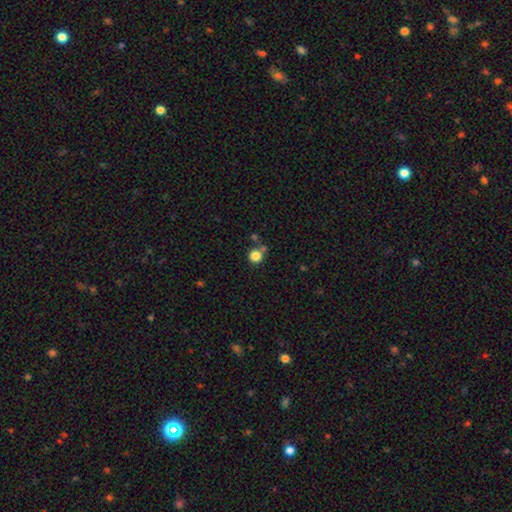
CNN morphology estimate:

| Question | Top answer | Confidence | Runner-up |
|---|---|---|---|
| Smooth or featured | smooth | 83% | star or artifact (12%) |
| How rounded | round | 92% | in between (7%) |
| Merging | none | 70% | merger (17%) |